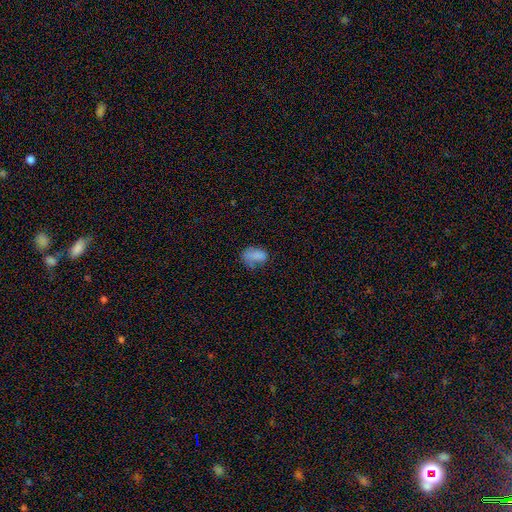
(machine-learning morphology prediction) smooth 78%, star or artifact 12%, featured or disk 10%. Down the decision tree: how rounded — in between (87%); merging — none (46%).